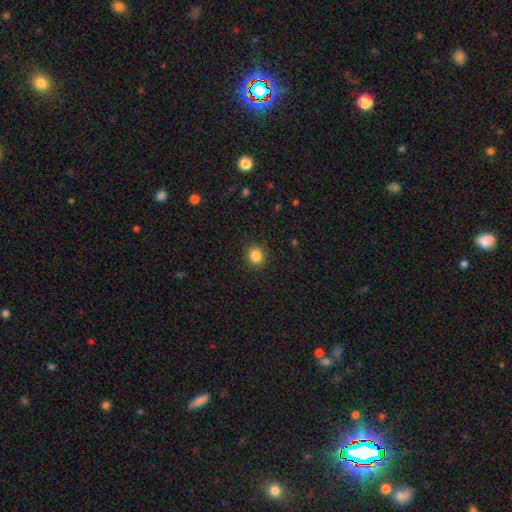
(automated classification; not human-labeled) Q: Smooth or featured?
A: smooth (85%); runner-up: star or artifact (11%)
Q: How rounded?
A: round (86%); runner-up: in between (13%)
Q: Merging?
A: none (90%); runner-up: minor disturbance (7%)